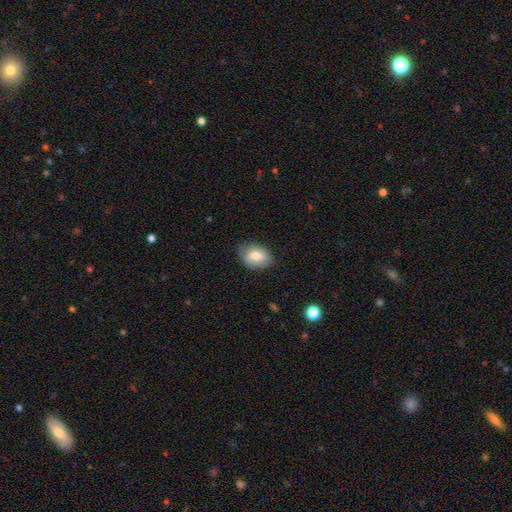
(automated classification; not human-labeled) Smooth or featured: smooth — 73% (featured or disk — 20%)
How rounded: in between — 75% (round — 24%)
Merging: none — 74% (minor disturbance — 20%)